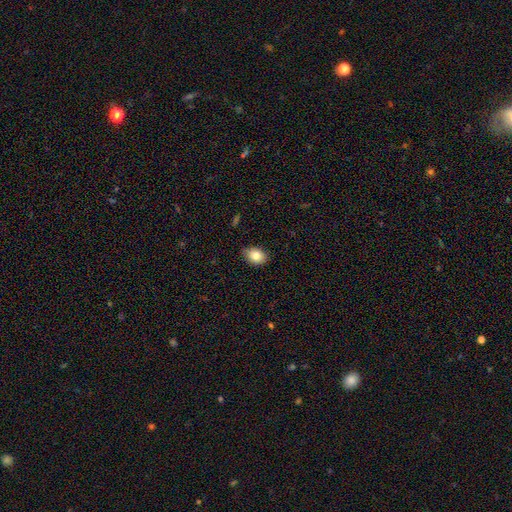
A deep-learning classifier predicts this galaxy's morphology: This is clearly a smooth galaxy (83%). How rounded: likely in between (71%). Merging: clearly none (82%).